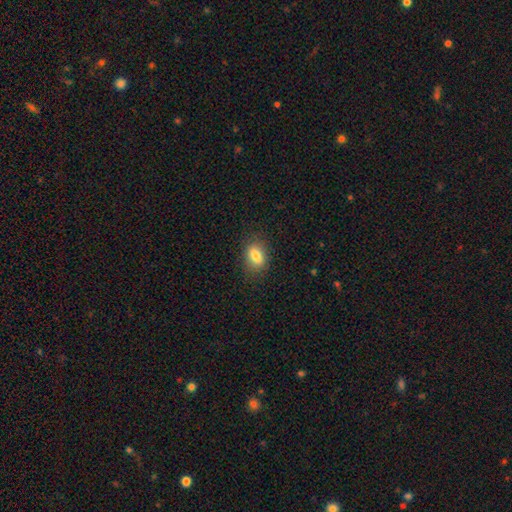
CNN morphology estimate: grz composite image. It shows a smooth galaxy with no disk features (83%) that is in between round and cigar-shaped (79%). Merging: none (82%).